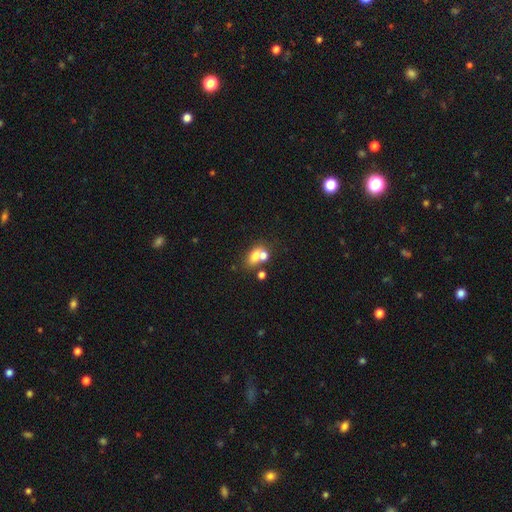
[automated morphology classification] This is likely a smooth galaxy (67%). How rounded: possibly in between (59%). Merging: possibly merger (50%).